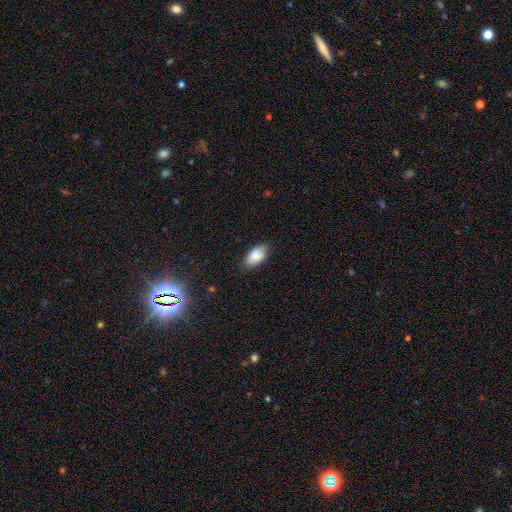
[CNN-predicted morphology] A smooth galaxy with no disk features (81%) that is in between round and cigar-shaped (94%).

Vote fractions:
- Smooth or featured? smooth: 81% / featured or disk: 12% / star or artifact: 7%
- How rounded? in between: 94% / round: 3% / cigar-shaped: 3%
- Merging? none: 80% / minor disturbance: 16% / major disturbance: 3% / merger: 1%